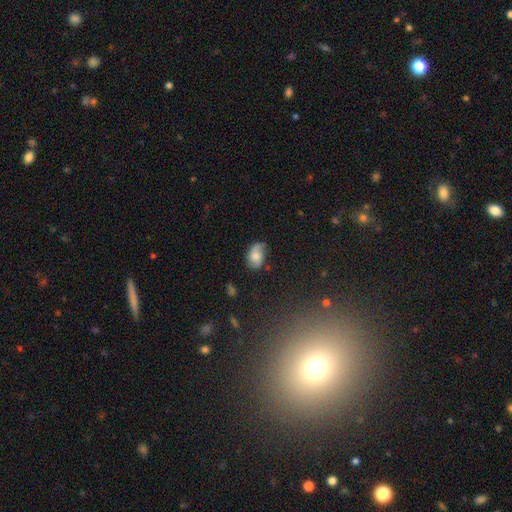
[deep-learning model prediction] Smooth or featured? Predicted: smooth (p=0.48). Merging? Predicted: none (p=0.55).